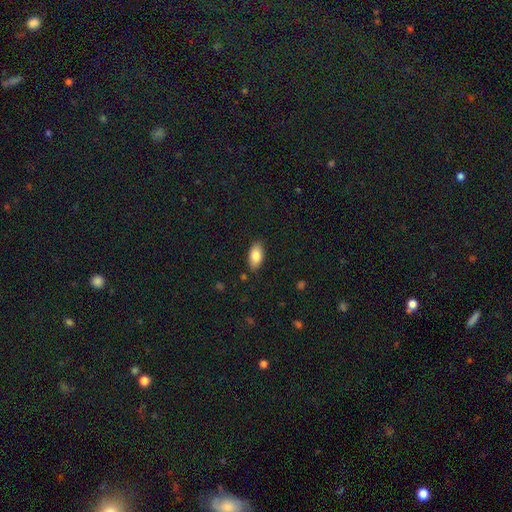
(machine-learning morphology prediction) smooth-or-featured: smooth: 83% | featured or disk: 10% | star or artifact: 7%
  how-rounded: in between: 92% | cigar-shaped: 5% | round: 3%
  merging: none: 87% | minor disturbance: 10% | major disturbance: 2% | merger: 1%